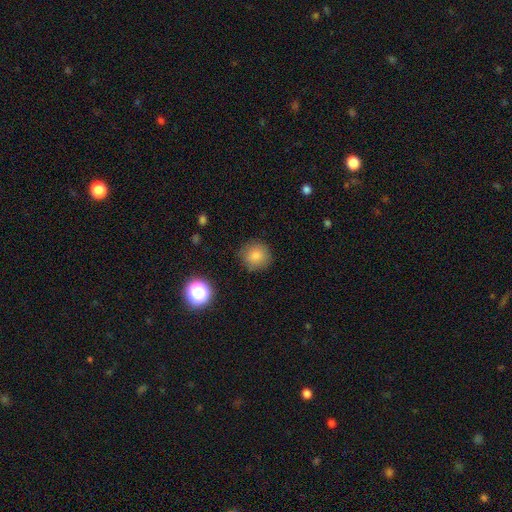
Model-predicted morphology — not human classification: Smooth or featured? smooth (81%)
How rounded? round (93%)
Merging? none (87%)